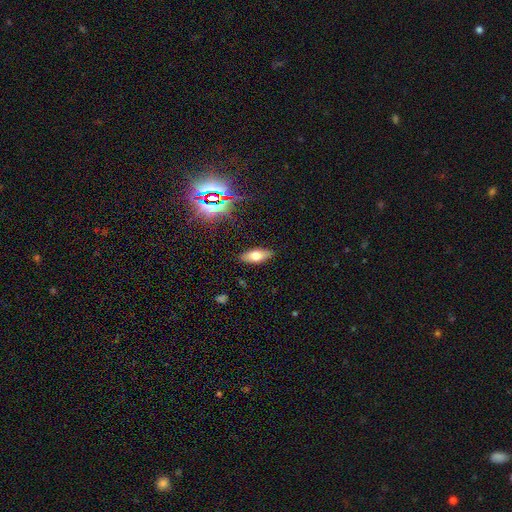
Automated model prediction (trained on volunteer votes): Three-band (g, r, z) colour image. It shows a smooth galaxy with no disk features (66%) that is in between round and cigar-shaped (77%). Merging: none (88%).